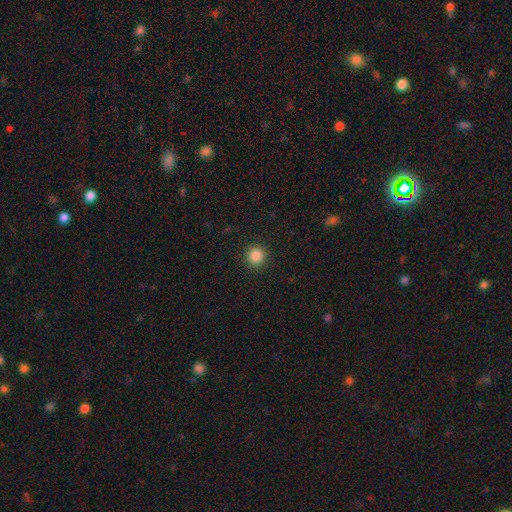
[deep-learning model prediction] The model was most divided on "smooth or featured": smooth: 85%, star or artifact: 11%, featured or disk: 4%. More confident: how rounded — round (95%); merging — none (92%).